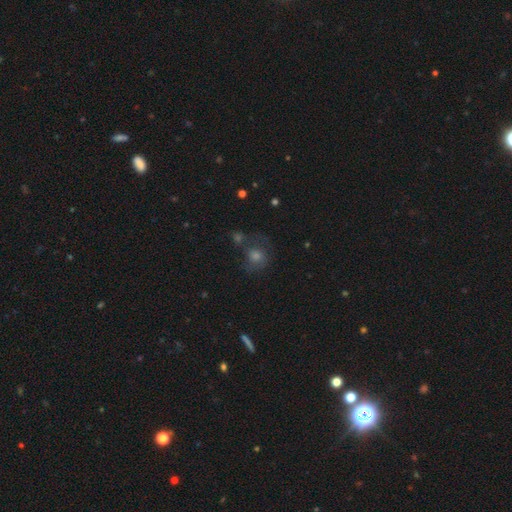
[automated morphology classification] Smooth or featured? Predicted: smooth (p=0.47). Merging? Predicted: none (p=0.57).